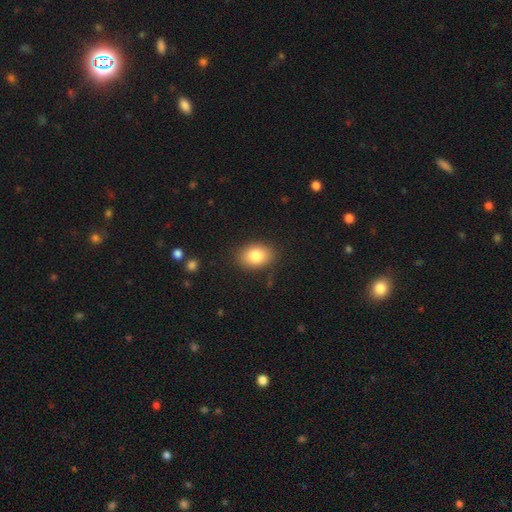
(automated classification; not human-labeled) smooth-or-featured: smooth: 82% | featured or disk: 9% | star or artifact: 8%
  how-rounded: in between: 78% | round: 21% | cigar-shaped: 1%
  merging: none: 85% | minor disturbance: 11% | major disturbance: 3% | merger: 1%